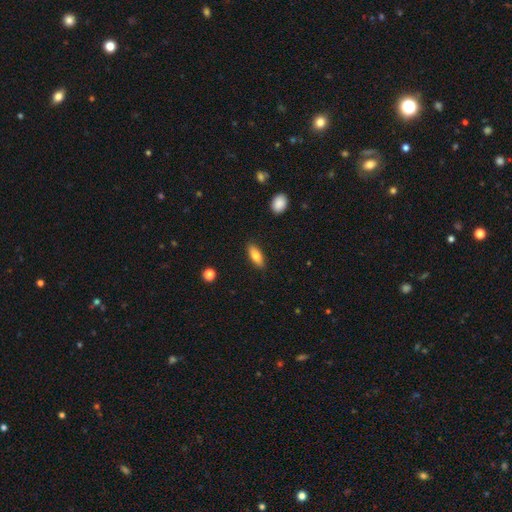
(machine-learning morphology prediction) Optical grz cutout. It shows a smooth galaxy with no disk features (78%) that is in between round and cigar-shaped (75%). Merging: none (88%).